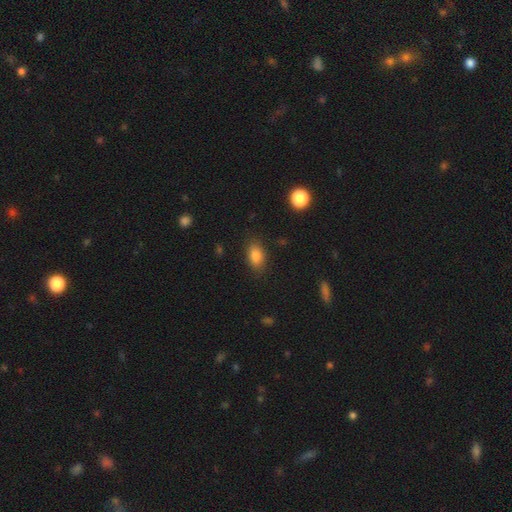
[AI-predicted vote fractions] A smooth galaxy with no disk features (83%) that is in between round and cigar-shaped (86%).

Vote fractions:
- Smooth or featured? smooth: 83% / star or artifact: 9% / featured or disk: 7%
- How rounded? in between: 86% / round: 10% / cigar-shaped: 4%
- Merging? none: 84% / minor disturbance: 12% / major disturbance: 3% / merger: 1%